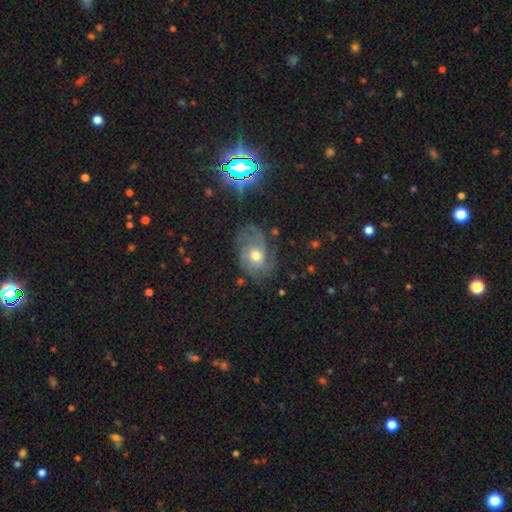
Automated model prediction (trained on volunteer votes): Morphology: type=featured or disk (74%); edge-on=no (97%); bar=no (77%); spiral arms=yes (91%); winding=tight (47%); arm count=can't tell (31%); bulge=moderate (74%); merging=none (63%).